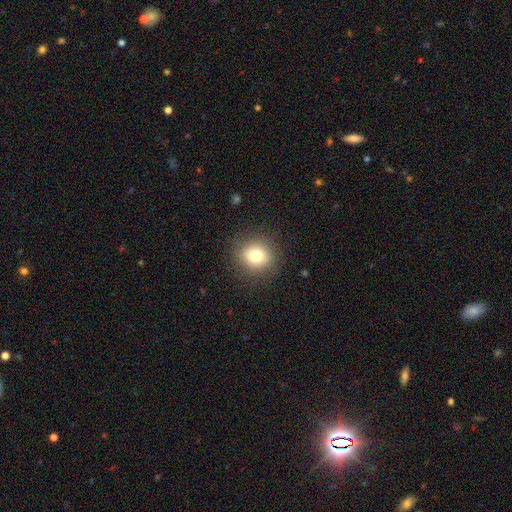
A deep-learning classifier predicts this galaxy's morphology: This appears to be a smooth galaxy with no disk features (79%) that is round (83%). Merging: none (88%).